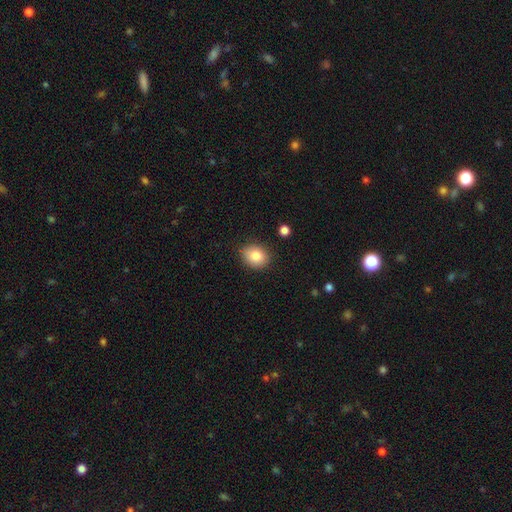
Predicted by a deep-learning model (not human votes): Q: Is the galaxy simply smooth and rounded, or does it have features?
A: smooth — 85%.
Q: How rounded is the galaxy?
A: round — 61%.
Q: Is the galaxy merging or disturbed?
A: none — 87%.